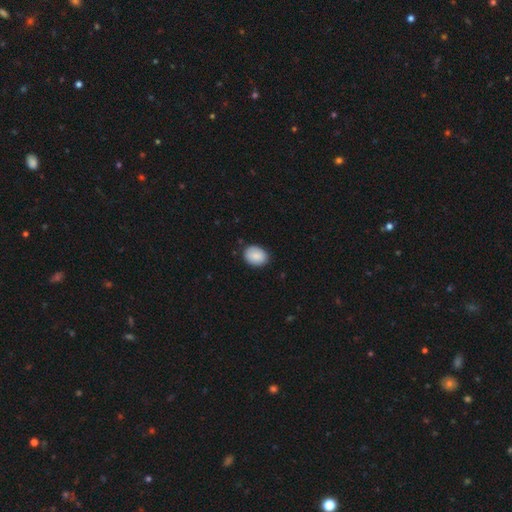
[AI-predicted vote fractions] smooth-or-featured: smooth: 87% | star or artifact: 7% | featured or disk: 6%
  how-rounded: in between: 64% | round: 35% | cigar-shaped: 1%
  merging: none: 83% | minor disturbance: 13% | major disturbance: 2% | merger: 1%